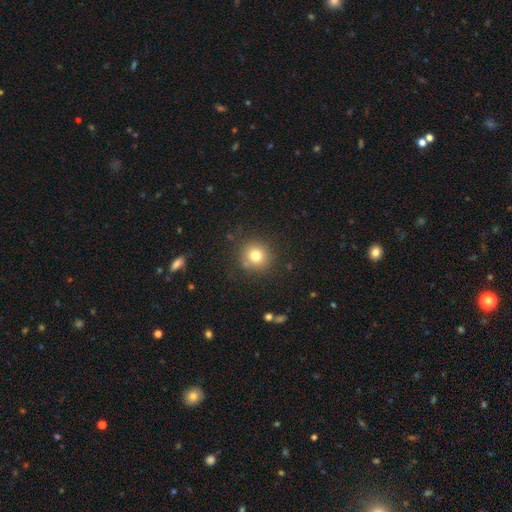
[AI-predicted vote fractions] This is likely a smooth galaxy (77%). How rounded: clearly round (92%). Merging: clearly none (86%).